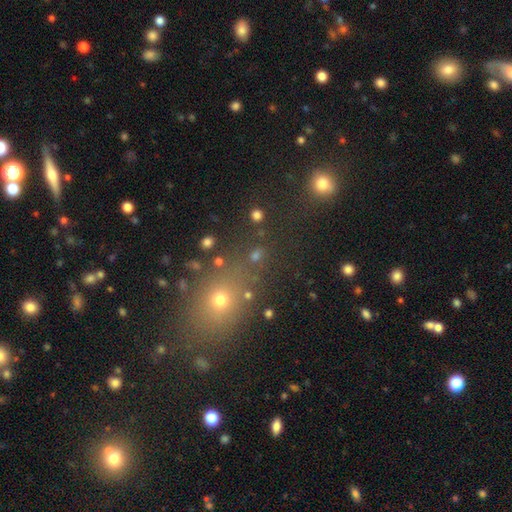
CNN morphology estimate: A smooth galaxy with no disk features (55%) that is round (71%).

Vote fractions:
- Smooth or featured? smooth: 55% / star or artifact: 35% / featured or disk: 11%
- How rounded? round: 71% / in between: 25% / cigar-shaped: 4%
- Merging? none: 75% / merger: 10% / minor disturbance: 9% / major disturbance: 5%